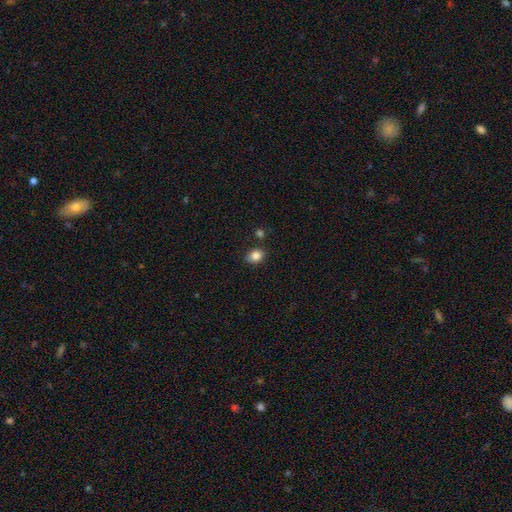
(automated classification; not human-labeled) Smooth or featured? smooth (84%)
How rounded? in between (51%)
Merging? none (81%)